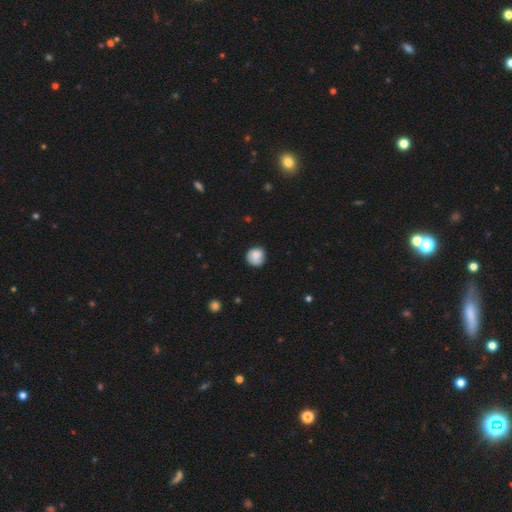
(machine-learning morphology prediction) smooth_or_featured: smooth (p=0.83) [alt: featured or disk p=0.09]
how_rounded: round (p=0.90) [alt: in between p=0.09]
merging: none (p=0.76) [alt: minor disturbance p=0.19]